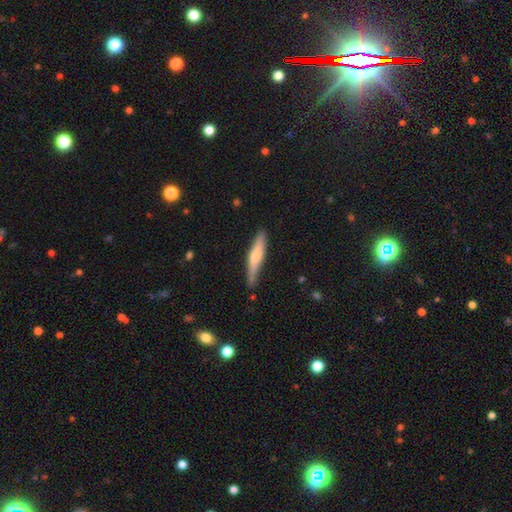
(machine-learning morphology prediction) smooth 59%, featured or disk 36%, star or artifact 5%. Down the decision tree: how rounded — cigar-shaped (87%); merging — none (75%).